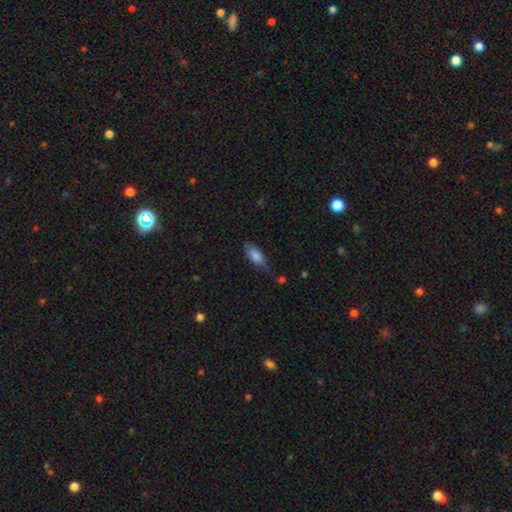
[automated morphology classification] smooth_or_featured: smooth (p=0.79) [alt: featured or disk p=0.14]
how_rounded: in between (p=0.78) [alt: cigar-shaped p=0.19]
merging: none (p=0.51) [alt: minor disturbance p=0.34]